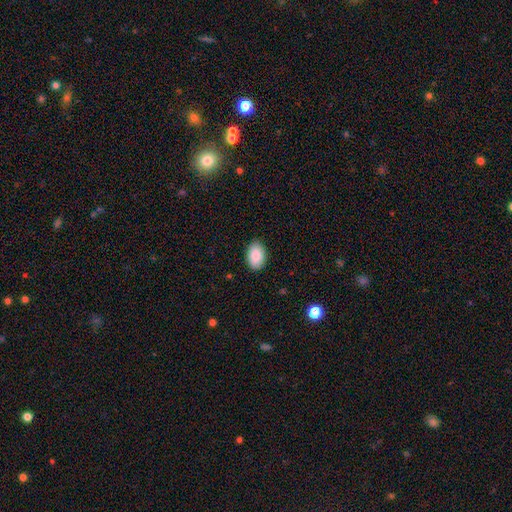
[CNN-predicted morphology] Smooth or featured? Predicted: smooth (p=0.88). How rounded? Predicted: in between (p=0.91). Merging? Predicted: none (p=0.87).